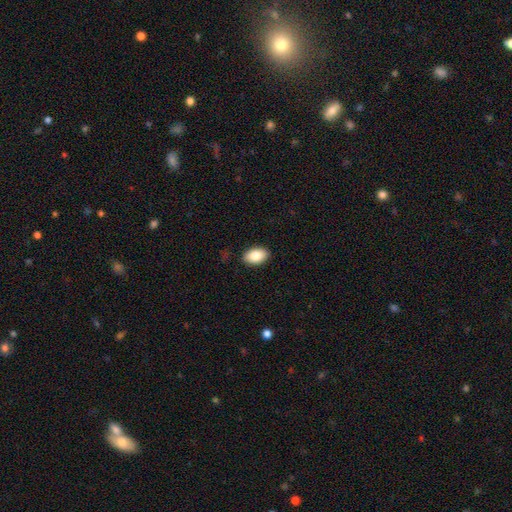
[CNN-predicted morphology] Smooth or featured: smooth — 85% (featured or disk — 8%)
How rounded: in between — 91% (round — 7%)
Merging: none — 89% (minor disturbance — 8%)